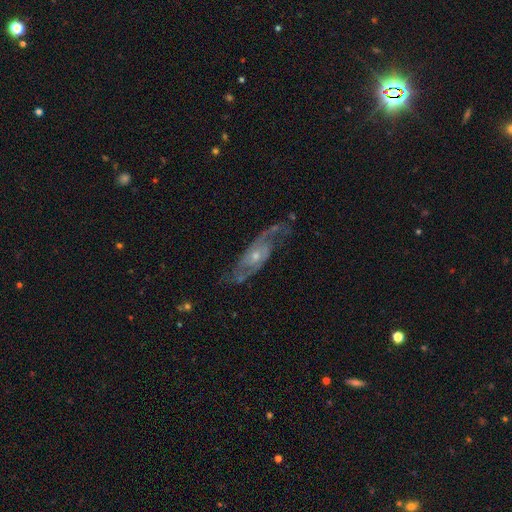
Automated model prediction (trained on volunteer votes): smooth-or-featured: featured or disk: 85% | smooth: 9% | star or artifact: 6%
  disk-edge-on: no: 87% | yes: 13%
    bar: no: 65% | weak: 28% | strong: 6%
    has-spiral-arms: yes: 93% | no: 7%
      spiral-winding: medium: 48% | loose: 28% | tight: 24%
      spiral-arm-count: 2: 80% | can't tell: 10% | 3: 4% | 1: 3% | 4: 2% | more than 4: 2%
    bulge-size: small: 58% | moderate: 37% | none: 2% | large: 2% | dominant: 1%
  merging: none: 68% | minor disturbance: 19% | major disturbance: 11% | merger: 2%